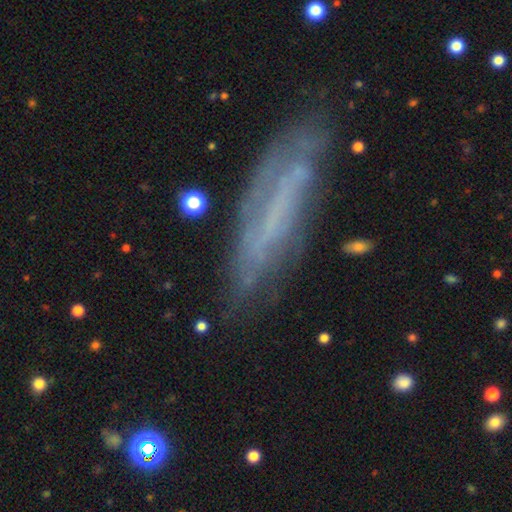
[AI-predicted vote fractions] Morphology: type=featured or disk (60%); edge-on=no (53%); merging=none (63%).